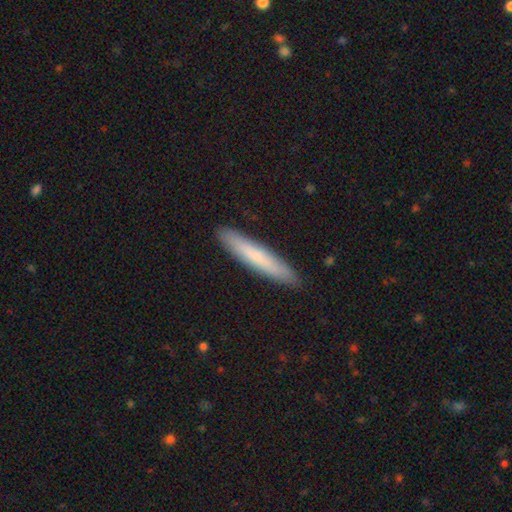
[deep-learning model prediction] This appears to be a smooth galaxy with no disk features (69%) that is cigar-shaped (93%). Merging: none (91%).